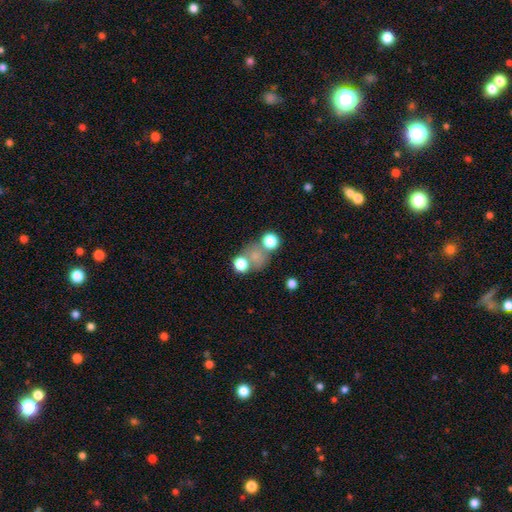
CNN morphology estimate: smooth 69%, star or artifact 18%, featured or disk 12%. Down the decision tree: how rounded — round (76%); merging — none (46%).